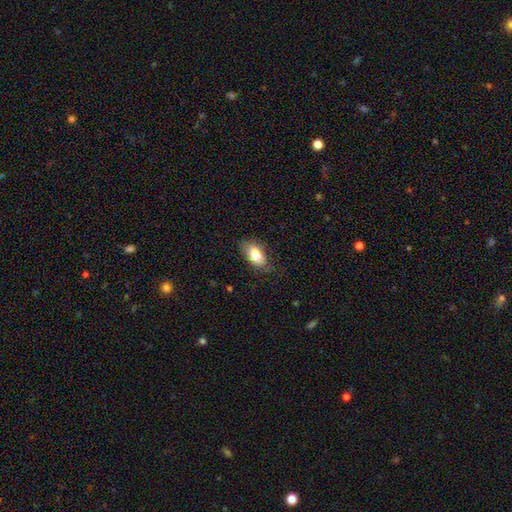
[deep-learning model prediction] Smooth or featured: smooth — 77% (featured or disk — 16%)
How rounded: in between — 89% (cigar-shaped — 6%)
Merging: none — 67% (minor disturbance — 24%)